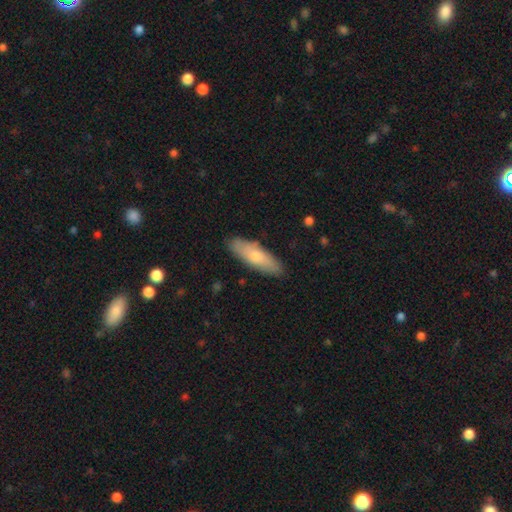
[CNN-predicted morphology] smooth-or-featured: smooth: 70% | featured or disk: 25% | star or artifact: 5%
  how-rounded: in between: 50% | cigar-shaped: 48% | round: 2%
  merging: none: 85% | minor disturbance: 12% | major disturbance: 2% | merger: 1%